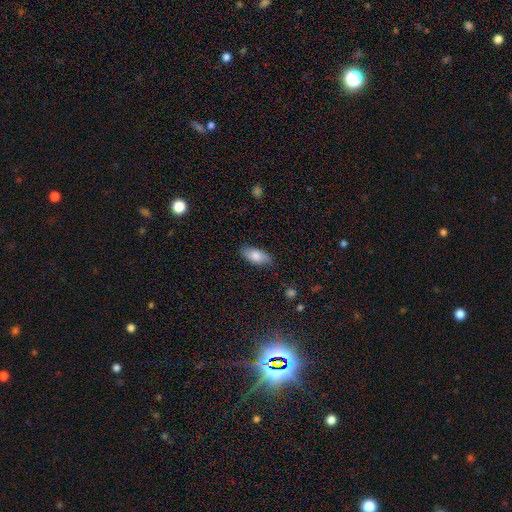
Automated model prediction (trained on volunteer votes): This is clearly a smooth galaxy (80%). How rounded: clearly in between (88%). Merging: clearly none (80%).